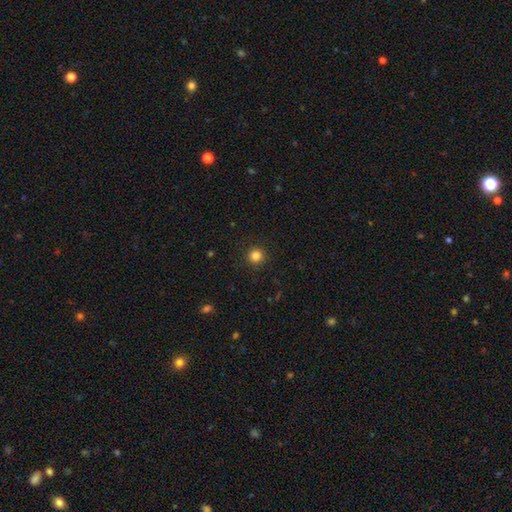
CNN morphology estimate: smooth-or-featured: smooth: 83% | star or artifact: 13% | featured or disk: 4%
  how-rounded: round: 95% | in between: 4% | cigar-shaped: 1%
  merging: none: 92% | minor disturbance: 5% | major disturbance: 2% | merger: 1%